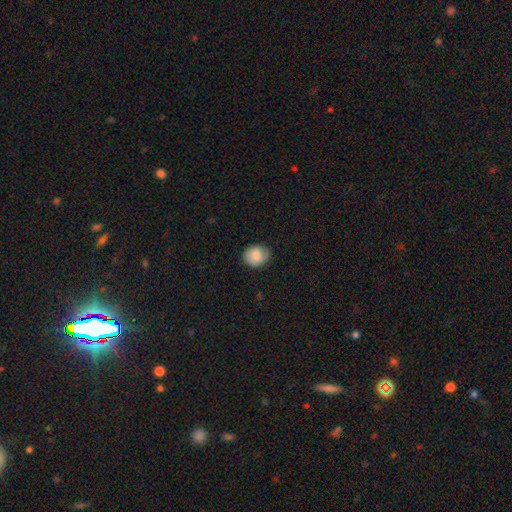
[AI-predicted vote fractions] A smooth galaxy with no disk features (77%) that is round (63%). Merging: none (73%).